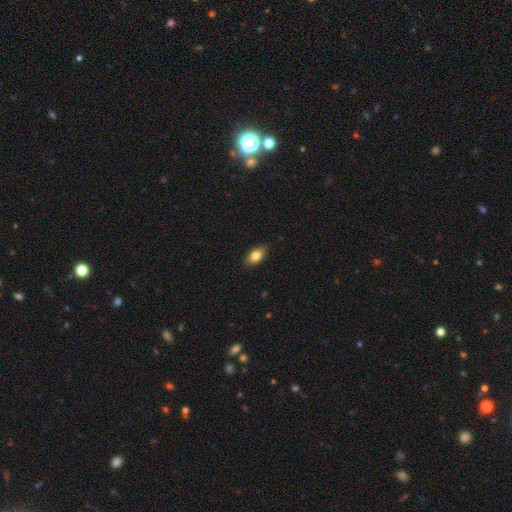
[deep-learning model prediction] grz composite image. It shows a smooth galaxy with no disk features (82%) that is in between round and cigar-shaped (90%). Merging: none (88%).